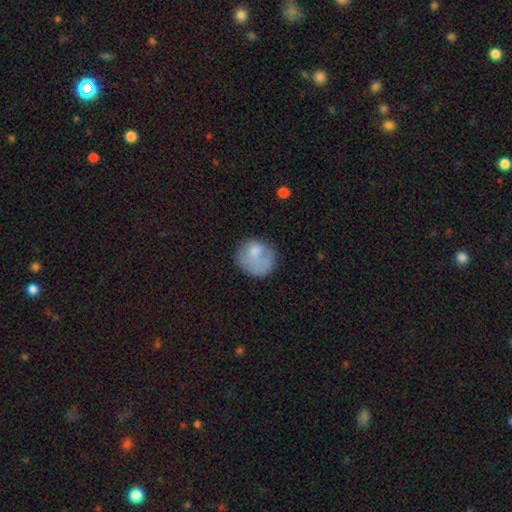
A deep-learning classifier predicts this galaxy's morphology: A smooth galaxy with no disk features (71%) that is round (79%).

Vote fractions:
- Smooth or featured? smooth: 71% / featured or disk: 21% / star or artifact: 8%
- How rounded? round: 79% / in between: 20% / cigar-shaped: 1%
- Merging? none: 56% / minor disturbance: 24% / major disturbance: 16% / merger: 4%